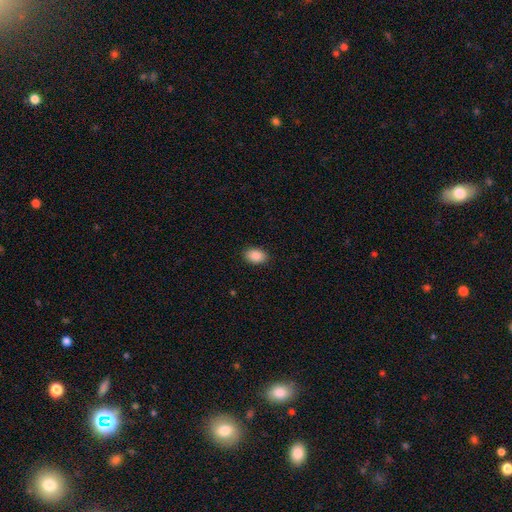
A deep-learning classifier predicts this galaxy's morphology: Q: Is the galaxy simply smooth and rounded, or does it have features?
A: smooth — 89%.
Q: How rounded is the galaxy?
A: in between — 86%.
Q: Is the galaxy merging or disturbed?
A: none — 90%.